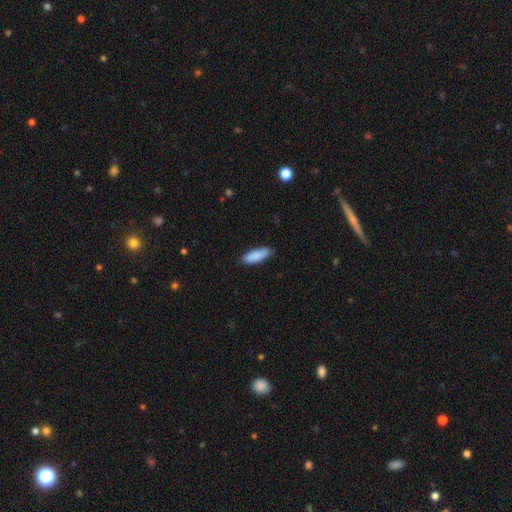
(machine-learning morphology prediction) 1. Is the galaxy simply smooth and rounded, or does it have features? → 89% smooth, 6% featured or disk, 6% star or artifact.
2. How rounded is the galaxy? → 58% in between, 40% cigar-shaped, 2% round.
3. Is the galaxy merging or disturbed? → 86% none, 11% minor disturbance, 2% major disturbance, 1% merger.